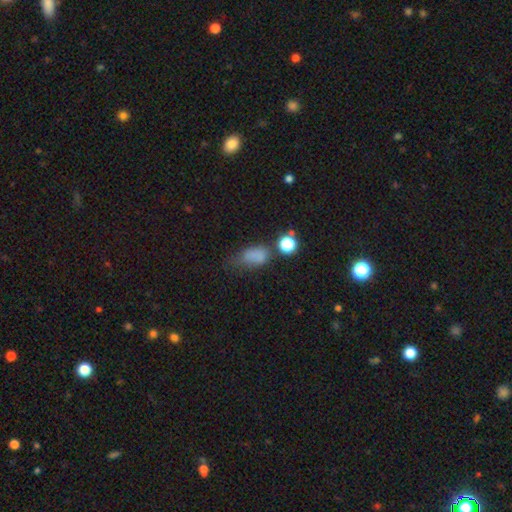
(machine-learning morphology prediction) Q: Smooth or featured?
A: smooth (72%); runner-up: star or artifact (17%)
Q: How rounded?
A: in between (76%); runner-up: round (18%)
Q: Merging?
A: none (35%); runner-up: minor disturbance (30%)